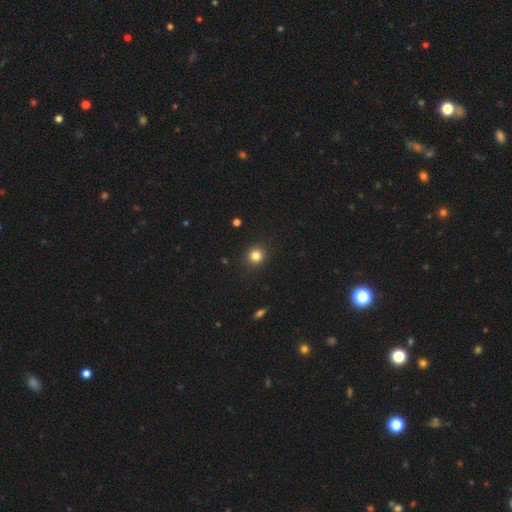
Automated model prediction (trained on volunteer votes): A smooth galaxy with no disk features (82%) that is round (91%).

Vote fractions:
- Smooth or featured? smooth: 82% / star or artifact: 12% / featured or disk: 5%
- How rounded? round: 91% / in between: 8% / cigar-shaped: 1%
- Merging? none: 91% / minor disturbance: 6% / major disturbance: 2% / merger: 1%